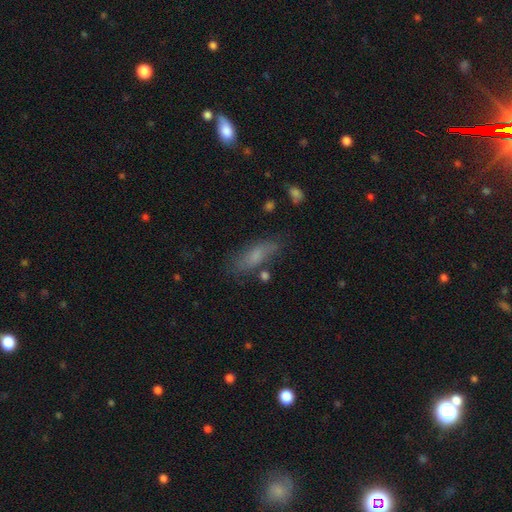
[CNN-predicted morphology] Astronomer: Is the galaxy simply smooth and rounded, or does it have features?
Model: smooth — 68%.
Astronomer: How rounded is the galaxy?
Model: in between — 57% (runner-up: cigar-shaped, 40%).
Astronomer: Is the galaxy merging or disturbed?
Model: none — 69%.